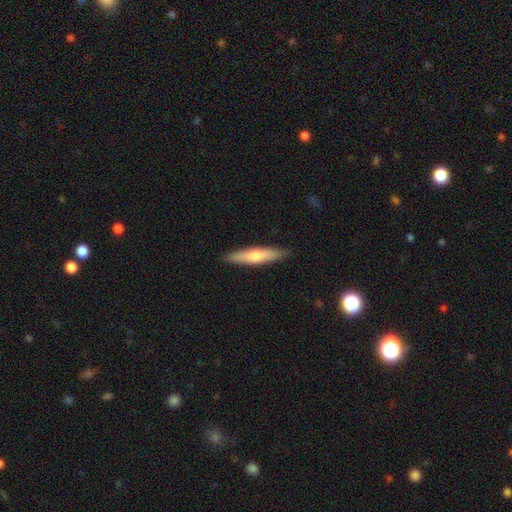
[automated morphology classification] The model was most divided on "smooth or featured": smooth: 60%, featured or disk: 35%, star or artifact: 5%. More confident: merging — none (89%); how rounded — cigar-shaped (84%).